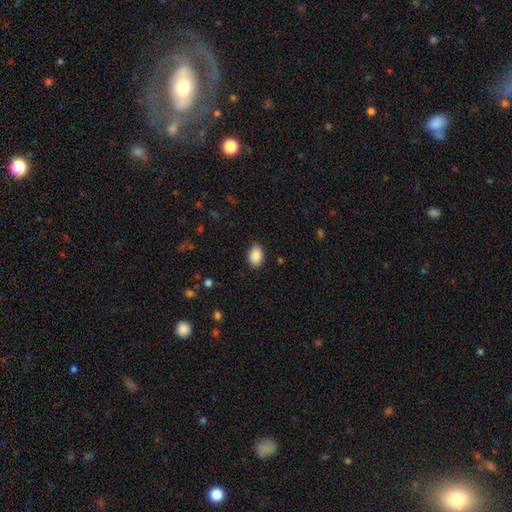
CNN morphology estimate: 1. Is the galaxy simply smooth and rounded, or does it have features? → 89% smooth, 7% star or artifact, 4% featured or disk.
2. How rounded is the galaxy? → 83% in between, 15% round, 1% cigar-shaped.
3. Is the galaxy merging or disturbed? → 85% none, 11% minor disturbance, 2% major disturbance, 1% merger.